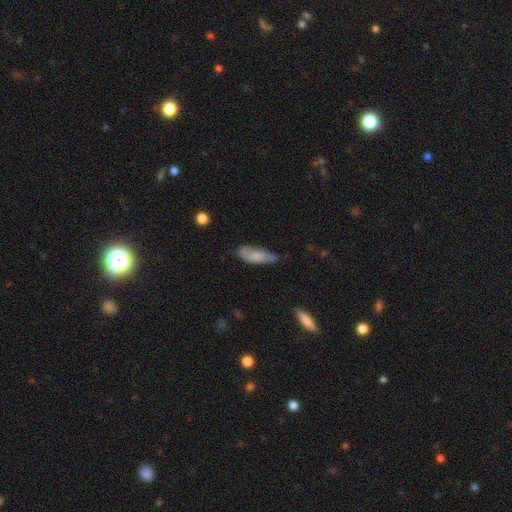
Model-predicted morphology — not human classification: Smooth or featured? smooth (73%)
How rounded? in between (62%)
Merging? none (49%)